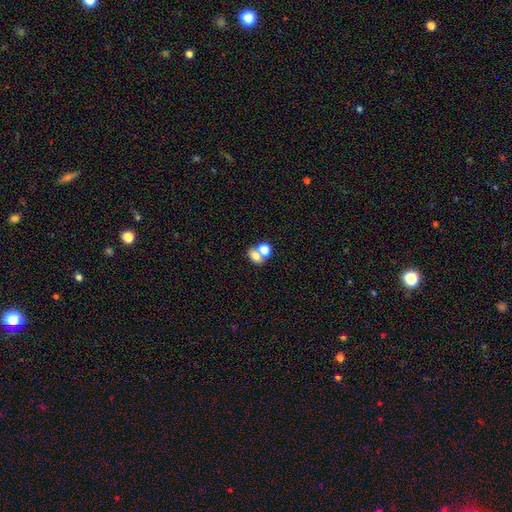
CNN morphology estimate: This appears to be a smooth galaxy with no disk features (73%) that is in between round and cigar-shaped (61%). Merging: merger (58%).